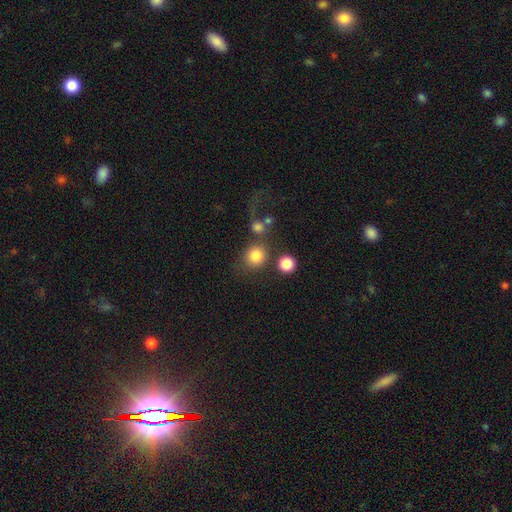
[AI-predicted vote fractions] smooth 82%, star or artifact 11%, featured or disk 7%. Down the decision tree: how rounded — round (86%); merging — none (62%).